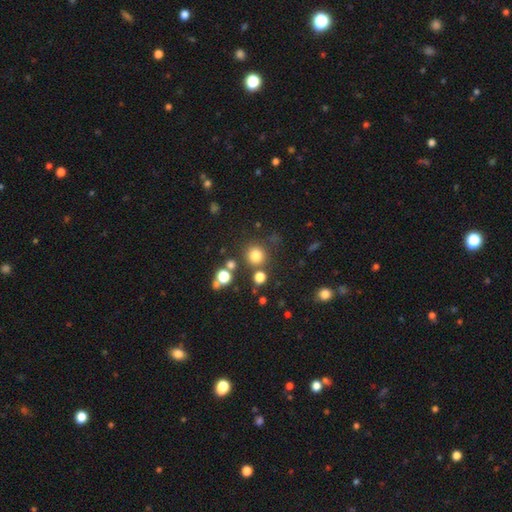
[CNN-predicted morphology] smooth_or_featured: smooth (p=0.78) [alt: star or artifact p=0.16]
how_rounded: round (p=0.92) [alt: in between p=0.08]
merging: none (p=0.79) [alt: minor disturbance p=0.08]